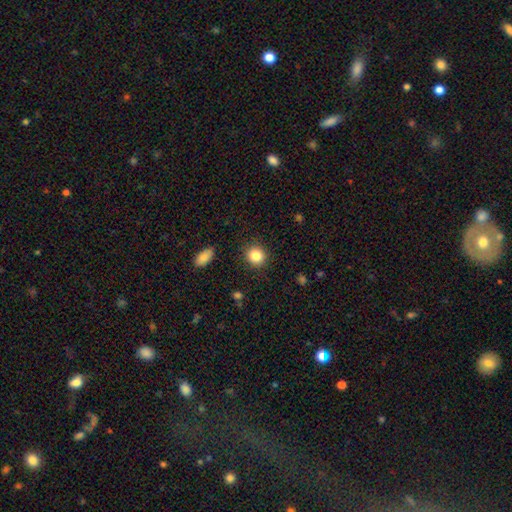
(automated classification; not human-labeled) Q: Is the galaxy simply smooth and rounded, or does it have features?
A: smooth — 85%.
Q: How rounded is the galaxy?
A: round — 85%.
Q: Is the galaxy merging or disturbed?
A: none — 89%.